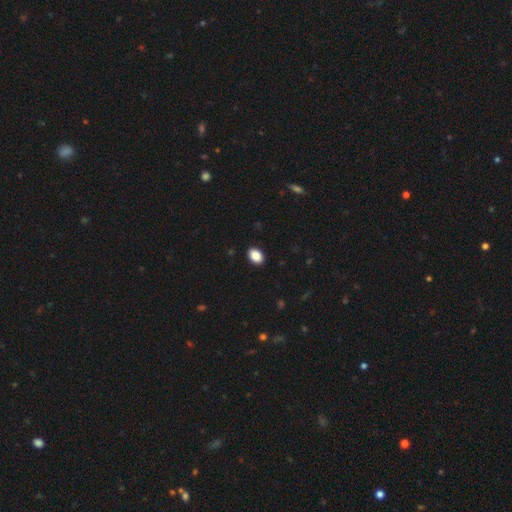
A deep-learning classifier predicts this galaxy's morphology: Overall: smooth (89%). How rounded: in between (79%). Merging: none (91%).